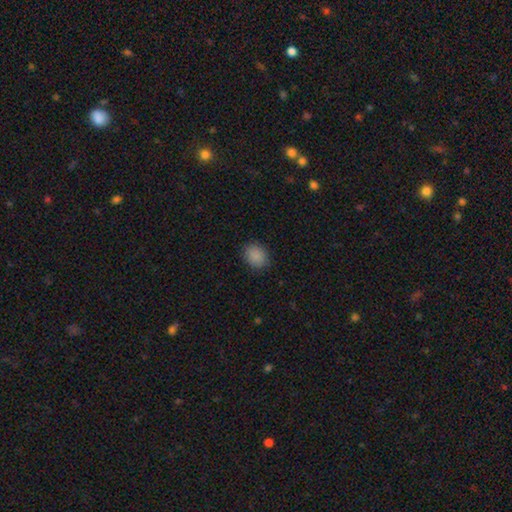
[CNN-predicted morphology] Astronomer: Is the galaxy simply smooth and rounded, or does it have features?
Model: smooth — 88%.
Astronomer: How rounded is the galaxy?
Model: round — 56% (runner-up: in between, 43%).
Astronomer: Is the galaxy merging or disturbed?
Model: none — 87%.